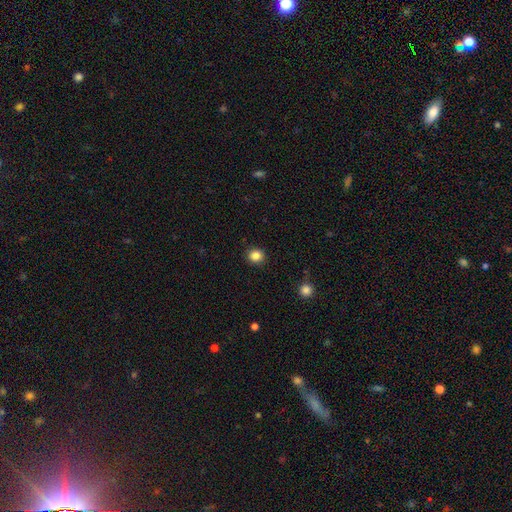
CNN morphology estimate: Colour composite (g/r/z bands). It shows a smooth galaxy with no disk features (85%) that is round (84%). Merging: none (91%).